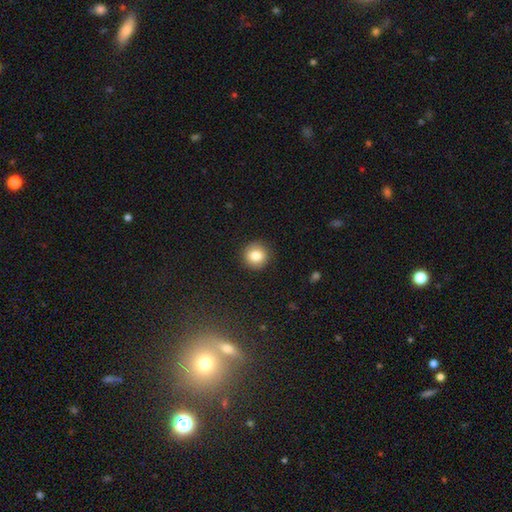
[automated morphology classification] Smooth or featured: smooth — 83% (star or artifact — 9%)
How rounded: round — 93% (in between — 6%)
Merging: none — 91% (minor disturbance — 6%)